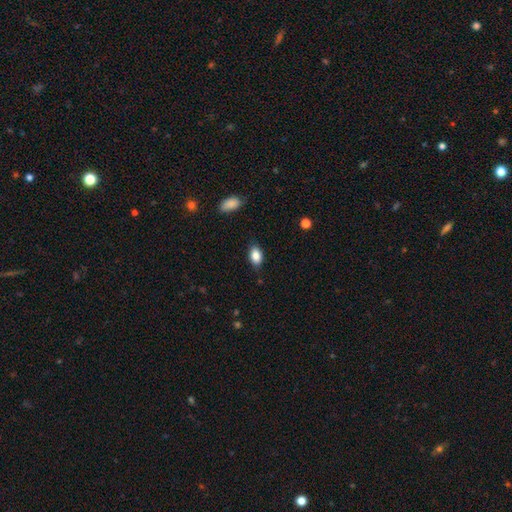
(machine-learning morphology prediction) type=smooth (86%); roundness=in between (88%); merging=none (83%).